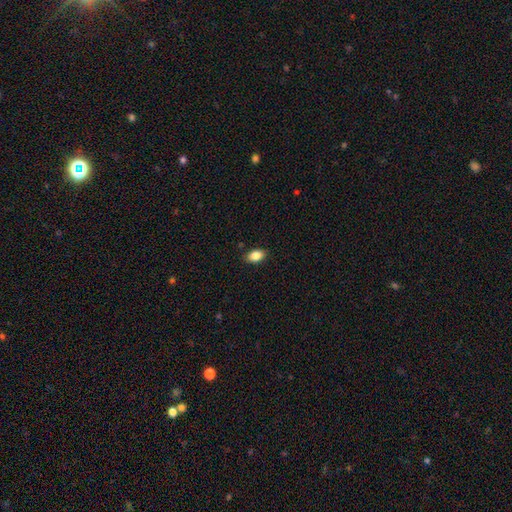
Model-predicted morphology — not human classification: Smooth or featured: smooth — 87% (star or artifact — 8%)
How rounded: in between — 90% (round — 8%)
Merging: none — 88% (minor disturbance — 9%)